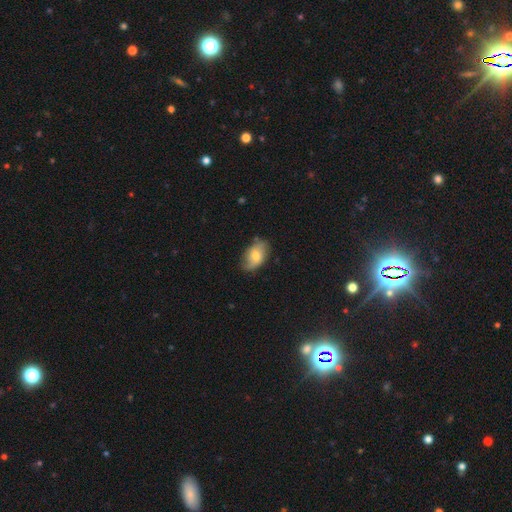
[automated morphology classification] type=smooth (64%); roundness=in between (90%); merging=none (71%).